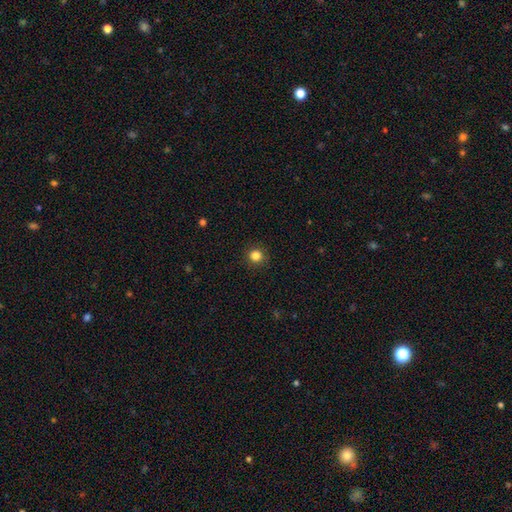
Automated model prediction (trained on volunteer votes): A smooth galaxy with no disk features (84%) that is round (94%).

Vote fractions:
- Smooth or featured? smooth: 84% / star or artifact: 12% / featured or disk: 4%
- How rounded? round: 94% / in between: 5% / cigar-shaped: 1%
- Merging? none: 91% / minor disturbance: 6% / major disturbance: 2% / merger: 1%